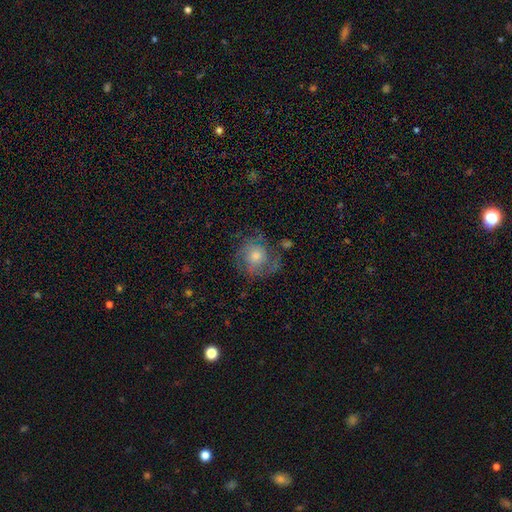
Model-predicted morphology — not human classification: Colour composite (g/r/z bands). It shows a featured or disk galaxy (65%) with no bar (80%), tight (49%) spiral arms (87%) and a moderate central bulge (59%). Merging: none (68%).